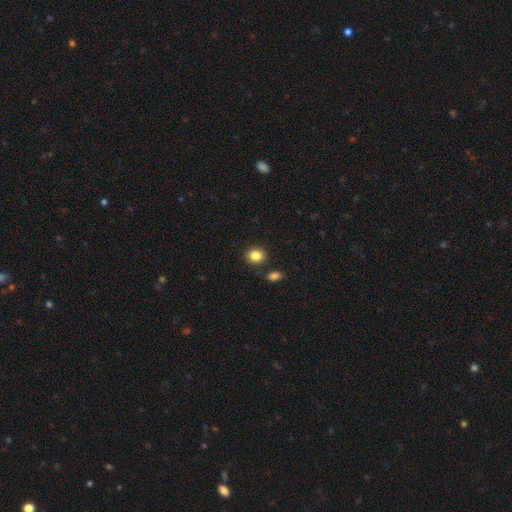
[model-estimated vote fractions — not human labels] smooth_or_featured: smooth (p=0.85) [alt: star or artifact p=0.10]
how_rounded: round (p=0.68) [alt: in between p=0.31]
merging: none (p=0.84) [alt: minor disturbance p=0.08]